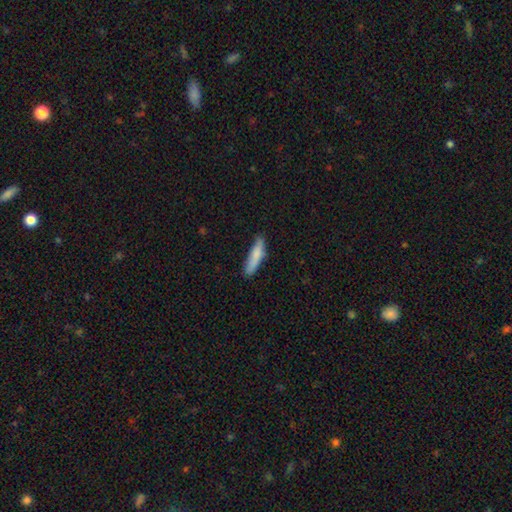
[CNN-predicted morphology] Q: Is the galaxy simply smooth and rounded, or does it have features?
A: smooth — 80%.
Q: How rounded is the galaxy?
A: cigar-shaped — 79%.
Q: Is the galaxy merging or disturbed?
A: none — 72%.